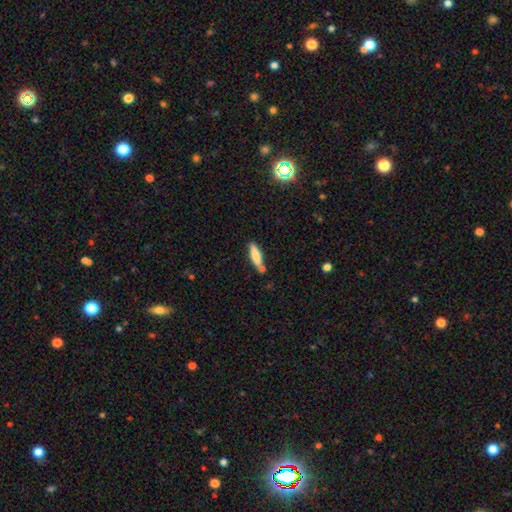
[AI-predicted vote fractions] Q: Smooth or featured?
A: smooth (78%); runner-up: featured or disk (15%)
Q: How rounded?
A: cigar-shaped (66%); runner-up: in between (33%)
Q: Merging?
A: none (67%); runner-up: minor disturbance (15%)